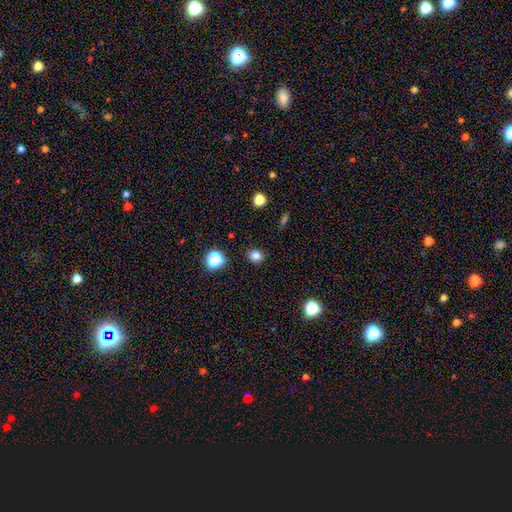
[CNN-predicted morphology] This is clearly a smooth galaxy (81%). How rounded: likely round (78%). Merging: clearly none (89%).